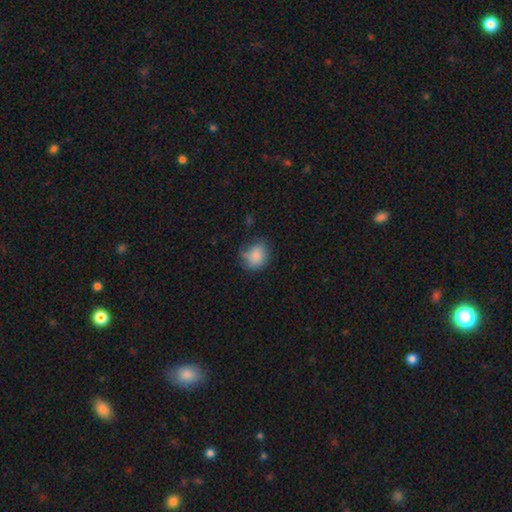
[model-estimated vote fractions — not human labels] Overall: smooth (81%). How rounded: round (54%; in between 45%). Merging: none (52%; minor disturbance 32%).